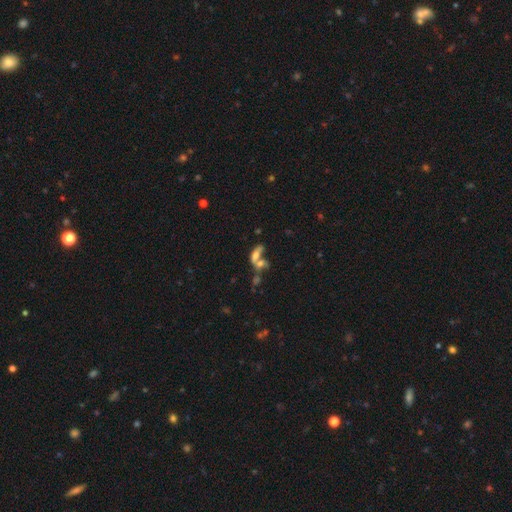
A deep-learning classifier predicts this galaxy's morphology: Q: Smooth or featured?
A: smooth (52%); runner-up: featured or disk (33%)
Q: How rounded?
A: in between (70%); runner-up: cigar-shaped (22%)
Q: Merging?
A: merger (59%); runner-up: none (22%)